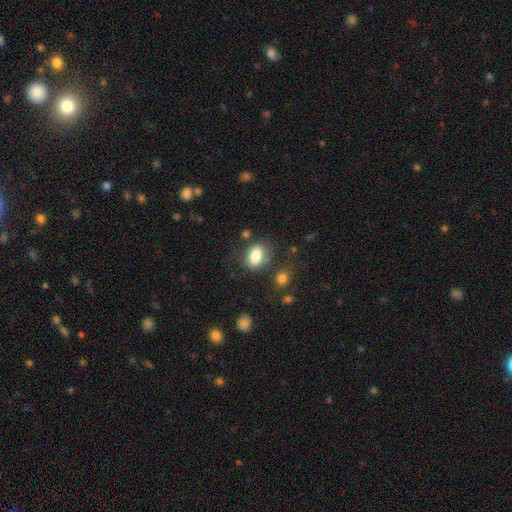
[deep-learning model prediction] smooth 82%, featured or disk 10%, star or artifact 8%. Down the decision tree: how rounded — in between (82%); merging — none (69%).